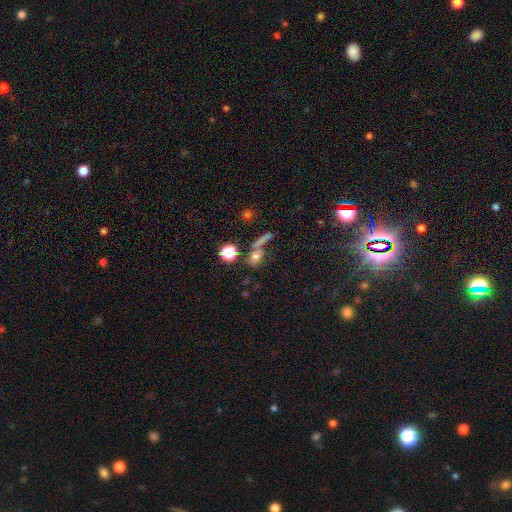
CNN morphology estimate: Smooth or featured? Predicted: smooth (p=0.64). How rounded? Predicted: round (p=0.46). Merging? Predicted: none (p=0.49).